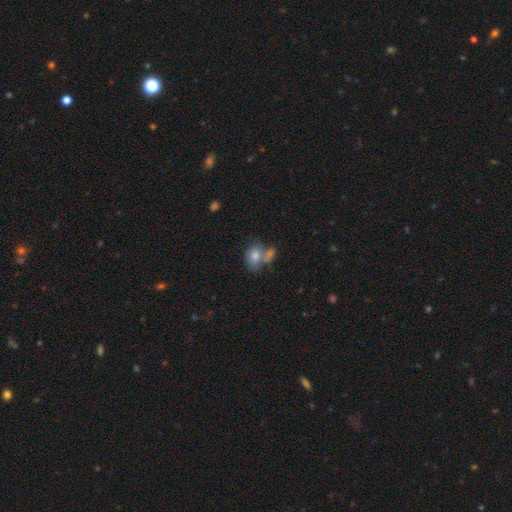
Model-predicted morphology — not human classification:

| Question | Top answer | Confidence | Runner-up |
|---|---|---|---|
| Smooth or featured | smooth | 77% | featured or disk (14%) |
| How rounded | in between | 62% | round (37%) |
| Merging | merger | 40% | none (38%) |